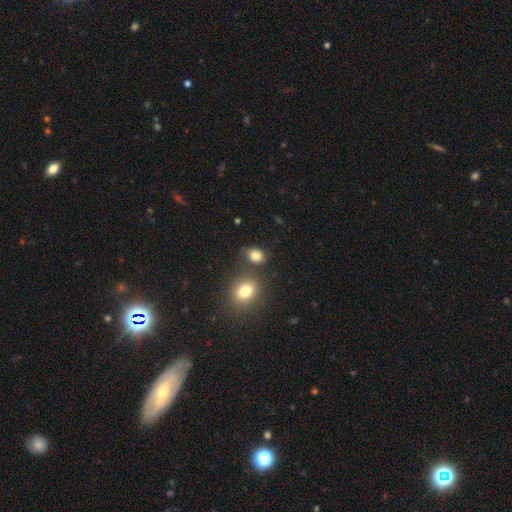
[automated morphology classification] The model was most divided on "how rounded": in between: 56%, round: 42%, cigar-shaped: 1%. More confident: smooth or featured — smooth (82%); merging — none (71%).